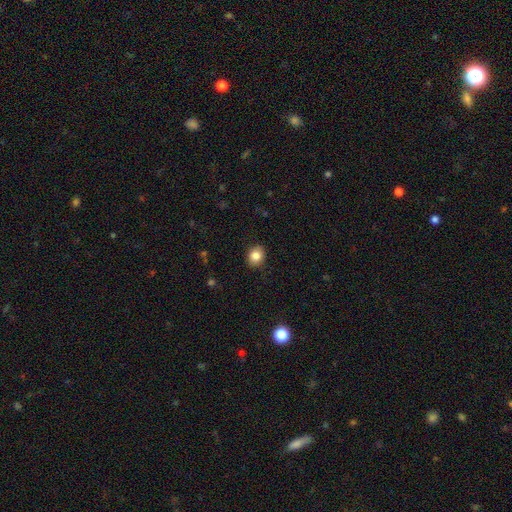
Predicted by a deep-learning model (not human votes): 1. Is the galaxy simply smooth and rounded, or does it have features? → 84% smooth, 10% star or artifact, 6% featured or disk.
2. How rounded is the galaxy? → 67% round, 32% in between, 1% cigar-shaped.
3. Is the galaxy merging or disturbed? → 89% none, 8% minor disturbance, 2% major disturbance, 1% merger.